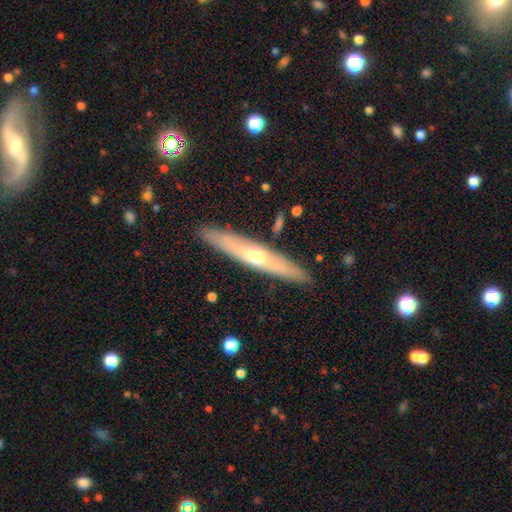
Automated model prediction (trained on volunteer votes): smooth_or_featured: featured or disk (p=0.59) [alt: smooth p=0.35]
disk_edge_on: yes (p=0.87) [alt: no p=0.13]
edge_on_bulge: rounded (p=0.80) [alt: none p=0.18]
merging: none (p=0.89) [alt: minor disturbance p=0.07]